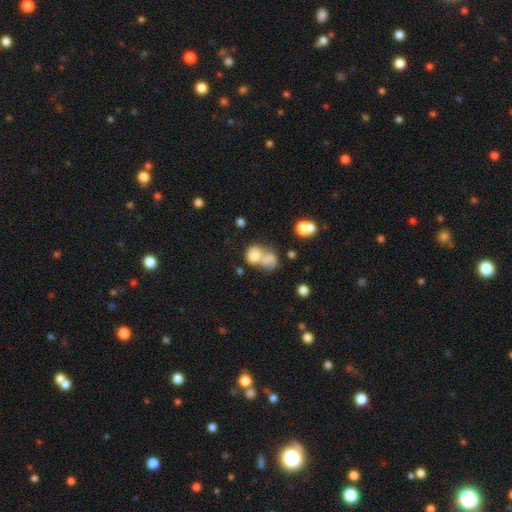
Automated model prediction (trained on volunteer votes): smooth-or-featured: smooth: 72% | featured or disk: 17% | star or artifact: 11%
  how-rounded: round: 51% | in between: 48% | cigar-shaped: 1%
  merging: merger: 63% | none: 20% | major disturbance: 8% | minor disturbance: 8%